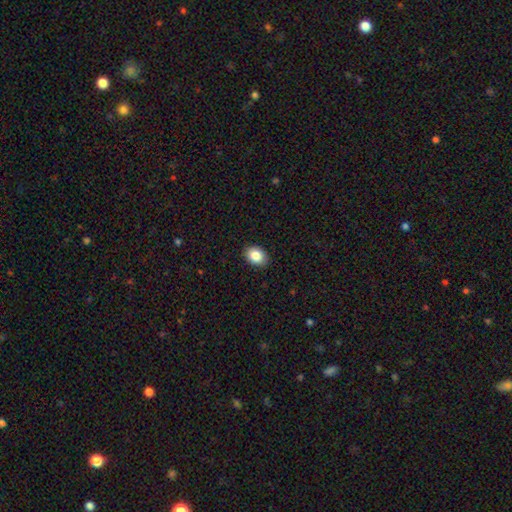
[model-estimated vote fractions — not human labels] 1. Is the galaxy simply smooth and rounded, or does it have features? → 85% smooth, 8% star or artifact, 7% featured or disk.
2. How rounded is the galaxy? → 72% in between, 27% round, 1% cigar-shaped.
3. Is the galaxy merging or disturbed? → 89% none, 8% minor disturbance, 2% major disturbance, 1% merger.